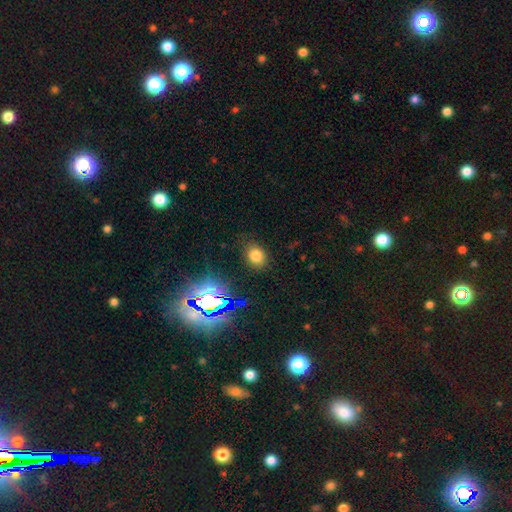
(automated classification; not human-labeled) This appears to be a smooth galaxy with no disk features (73%) that is in between round and cigar-shaped (54%). Merging: none (82%).